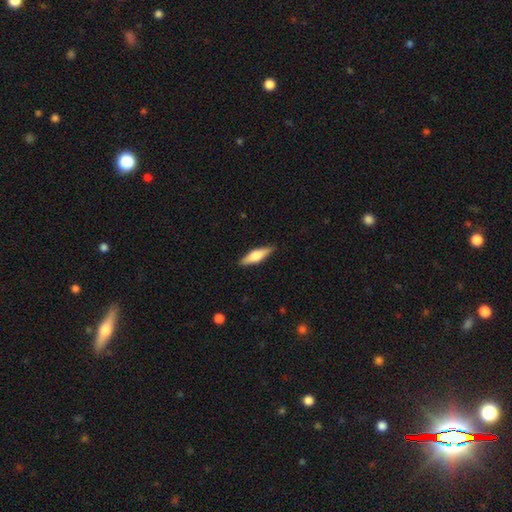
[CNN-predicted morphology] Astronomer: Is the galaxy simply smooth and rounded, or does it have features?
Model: smooth — 53% (runner-up: featured or disk, 41%).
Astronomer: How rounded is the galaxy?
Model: cigar-shaped — 60% (runner-up: in between, 38%).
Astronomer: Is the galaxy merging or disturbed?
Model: none — 89%.